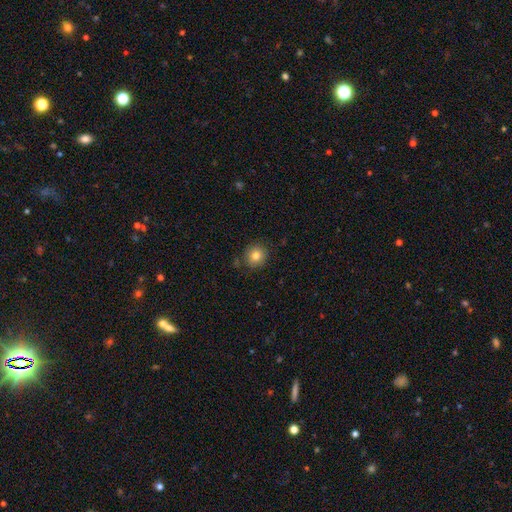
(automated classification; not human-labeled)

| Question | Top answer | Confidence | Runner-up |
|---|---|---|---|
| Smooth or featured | smooth | 81% | star or artifact (10%) |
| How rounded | round | 87% | in between (12%) |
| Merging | none | 84% | minor disturbance (11%) |